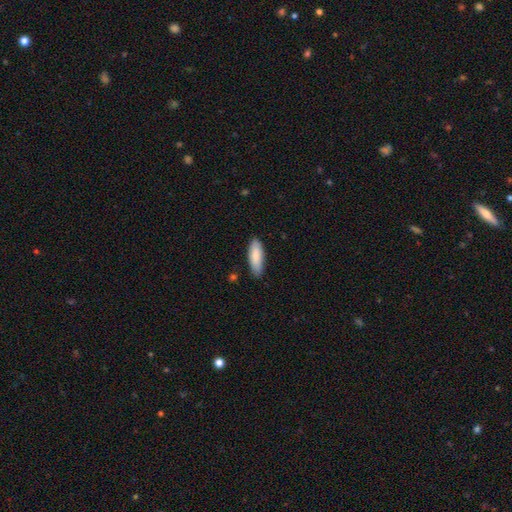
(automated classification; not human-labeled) Smooth or featured: smooth — 83% (featured or disk — 12%)
How rounded: in between — 61% (cigar-shaped — 37%)
Merging: none — 83% (minor disturbance — 14%)